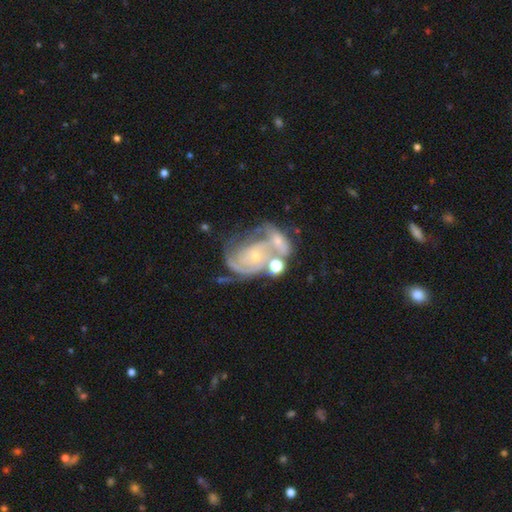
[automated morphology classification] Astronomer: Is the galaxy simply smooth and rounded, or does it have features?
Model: featured or disk — 82%.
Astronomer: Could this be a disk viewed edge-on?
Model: no — 97%.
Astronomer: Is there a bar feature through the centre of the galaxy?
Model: no — 71%.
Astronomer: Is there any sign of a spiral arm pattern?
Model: yes — 91%.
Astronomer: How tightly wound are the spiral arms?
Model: tight — 54% (runner-up: medium, 35%).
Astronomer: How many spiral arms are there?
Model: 2 — 37% (runner-up: can't tell, 28%).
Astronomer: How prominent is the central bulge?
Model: small — 75%.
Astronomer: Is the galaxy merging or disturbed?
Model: merger — 40% (runner-up: none, 28%).